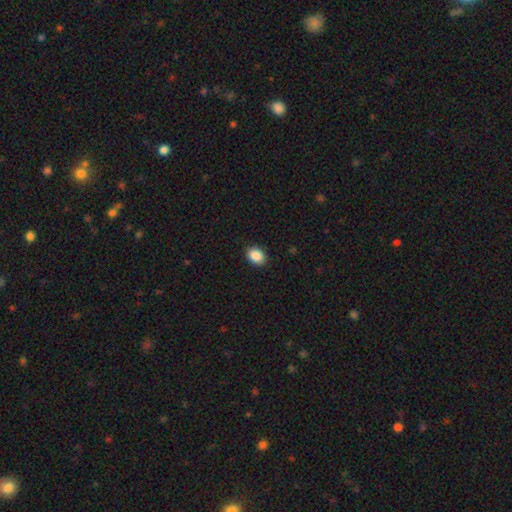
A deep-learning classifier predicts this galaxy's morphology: Smooth or featured?
  - smooth: 88% *
  - star or artifact: 8%
  - featured or disk: 4%
How rounded?
  - in between: 69% *
  - round: 30%
  - cigar-shaped: 1%
Merging?
  - none: 91% *
  - minor disturbance: 7%
  - major disturbance: 2%
  - merger: 1%